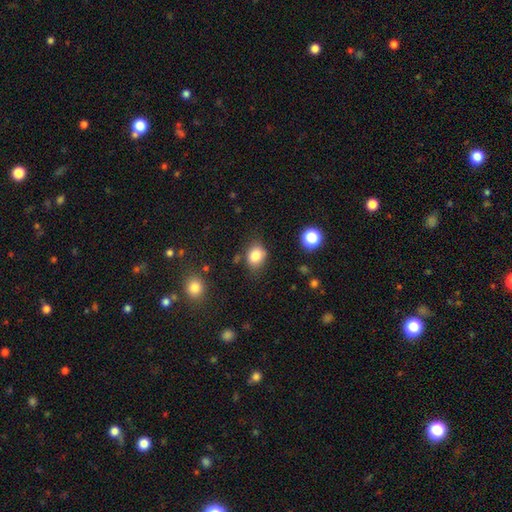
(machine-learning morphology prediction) Smooth or featured? smooth (83%)
How rounded? in between (62%)
Merging? none (72%)